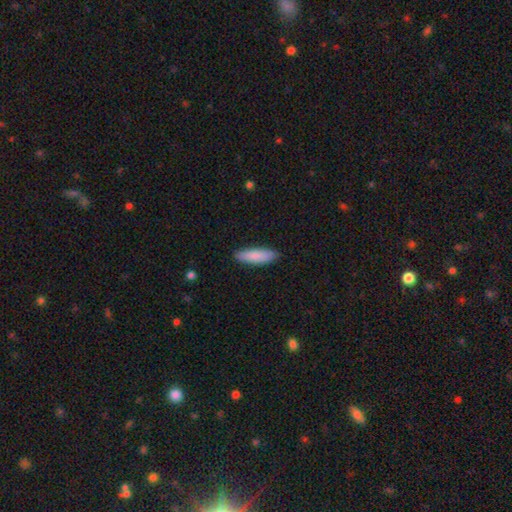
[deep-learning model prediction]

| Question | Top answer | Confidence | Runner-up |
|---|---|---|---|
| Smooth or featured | smooth | 84% | featured or disk (10%) |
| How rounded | cigar-shaped | 63% | in between (36%) |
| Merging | none | 89% | minor disturbance (9%) |